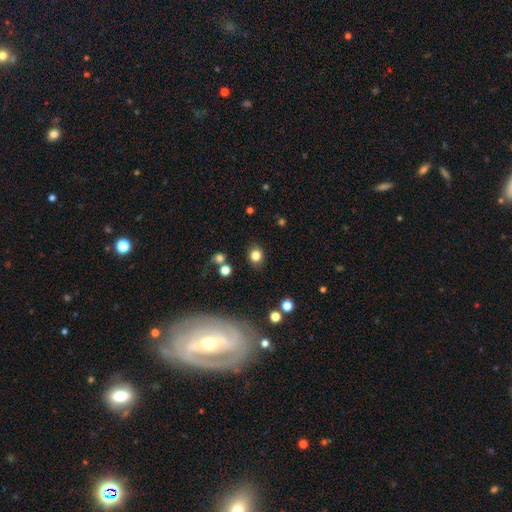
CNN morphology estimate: type=smooth (81%); roundness=round (74%); merging=none (86%).